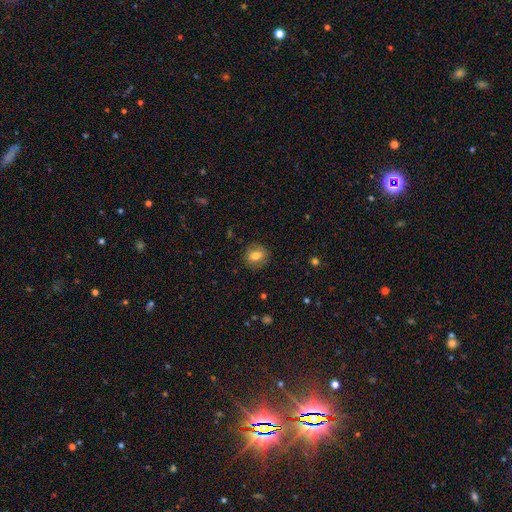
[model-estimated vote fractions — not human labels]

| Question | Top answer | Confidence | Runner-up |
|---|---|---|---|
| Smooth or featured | smooth | 77% | featured or disk (14%) |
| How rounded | round | 62% | in between (36%) |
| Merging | none | 85% | minor disturbance (11%) |